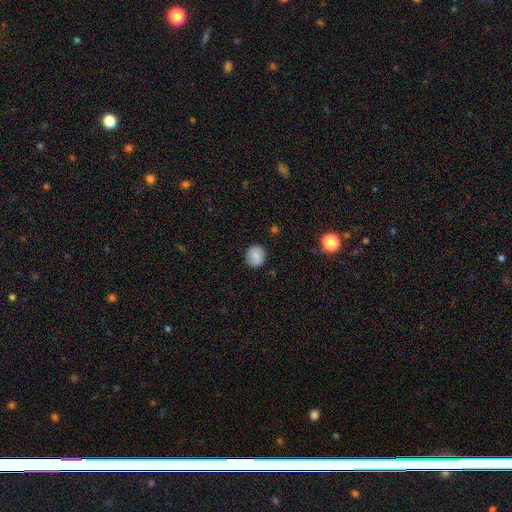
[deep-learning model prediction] Smooth or featured? smooth (82%)
How rounded? round (77%)
Merging? none (87%)